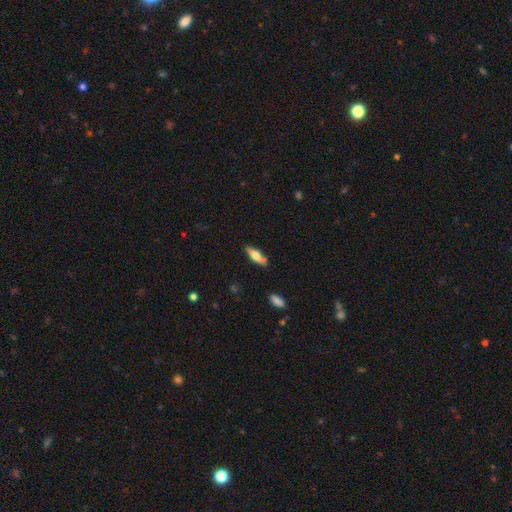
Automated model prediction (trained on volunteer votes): smooth-or-featured: smooth: 63% | featured or disk: 31% | star or artifact: 6%
  how-rounded: in between: 61% | cigar-shaped: 37% | round: 2%
  merging: none: 82% | minor disturbance: 14% | major disturbance: 2% | merger: 2%